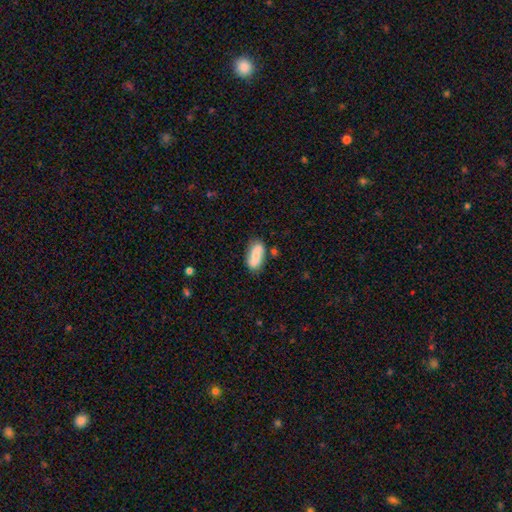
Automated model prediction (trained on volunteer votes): Smooth or featured? Predicted: smooth (p=0.59). How rounded? Predicted: in between (p=0.84). Merging? Predicted: none (p=0.72).